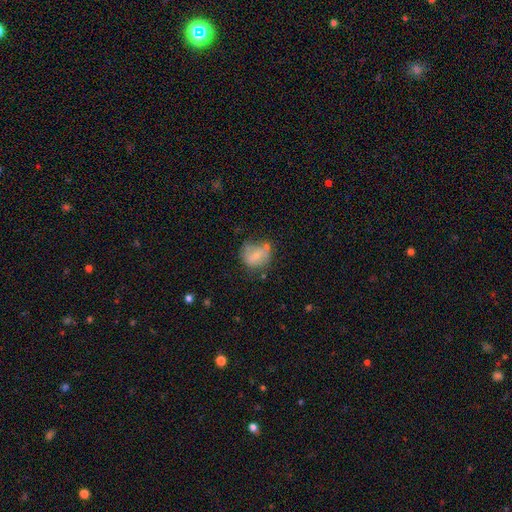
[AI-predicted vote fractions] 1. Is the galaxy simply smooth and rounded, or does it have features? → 66% smooth, 24% featured or disk, 10% star or artifact.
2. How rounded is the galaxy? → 58% round, 41% in between, 1% cigar-shaped.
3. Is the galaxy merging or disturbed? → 41% none, 27% minor disturbance, 16% merger, 16% major disturbance.